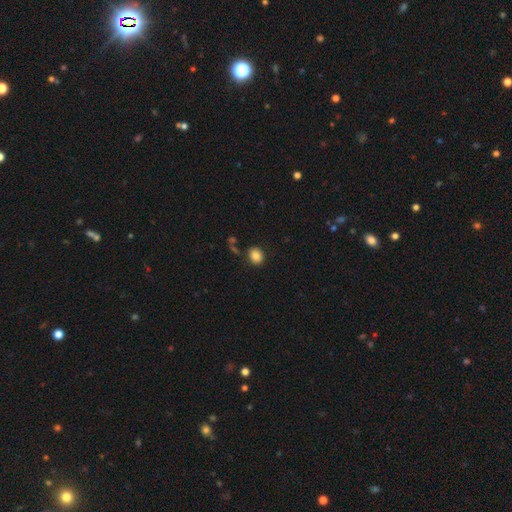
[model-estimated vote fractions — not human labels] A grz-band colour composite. It shows a smooth galaxy with no disk features (85%) that is round (58%). Merging: none (82%).